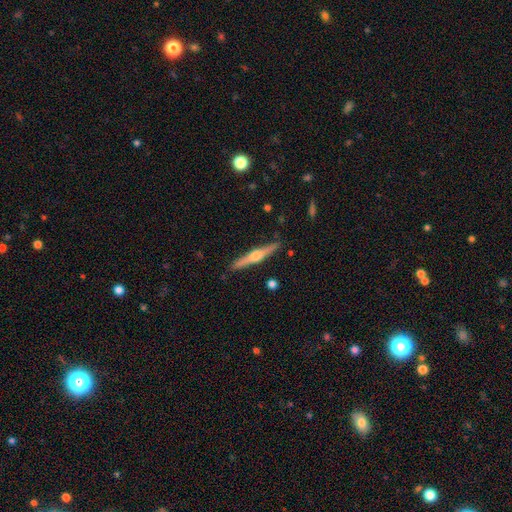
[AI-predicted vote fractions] smooth-or-featured: featured or disk: 74% | smooth: 20% | star or artifact: 5%
  disk-edge-on: yes: 98% | no: 2%
    edge-on-bulge: rounded: 94% | boxy: 3% | none: 3%
  merging: none: 90% | minor disturbance: 7% | merger: 2% | major disturbance: 1%